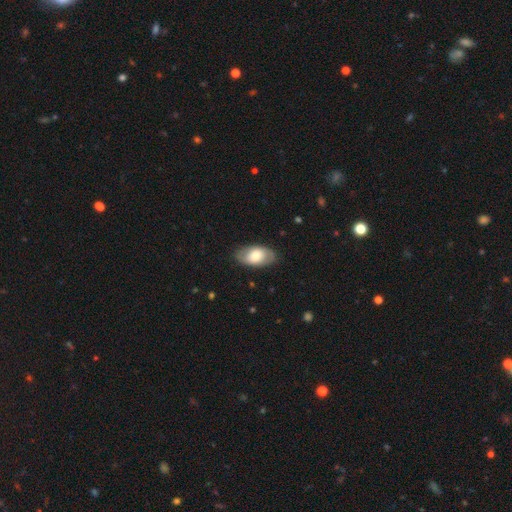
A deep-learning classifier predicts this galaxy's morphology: A smooth galaxy with no disk features (67%) that is in between round and cigar-shaped (94%).

Vote fractions:
- Smooth or featured? smooth: 67% / featured or disk: 27% / star or artifact: 6%
- How rounded? in between: 94% / round: 5% / cigar-shaped: 2%
- Merging? none: 82% / minor disturbance: 13% / major disturbance: 4% / merger: 1%